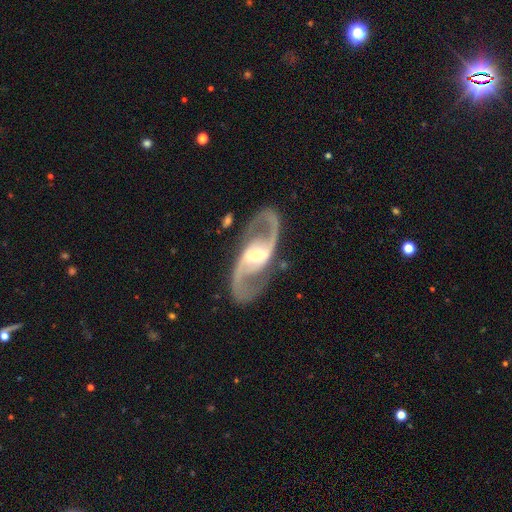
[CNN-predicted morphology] smooth-or-featured: featured or disk: 92% | star or artifact: 4% | smooth: 4%
  disk-edge-on: no: 96% | yes: 4%
    bar: strong: 50% | weak: 35% | no: 16%
    has-spiral-arms: yes: 96% | no: 4%
      spiral-winding: medium: 55% | loose: 32% | tight: 12%
      spiral-arm-count: 2: 94% | can't tell: 2% | 1: 1% | 3: 1% | 4: 1% | more than 4: 1%
    bulge-size: small: 48% | moderate: 44% | large: 6% | none: 1% | dominant: 1%
  merging: none: 84% | minor disturbance: 9% | major disturbance: 5% | merger: 2%